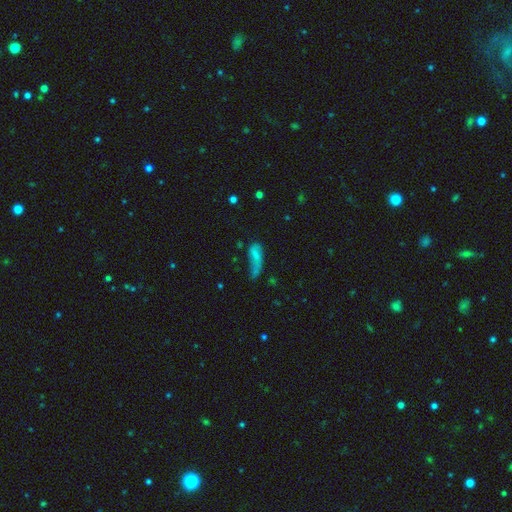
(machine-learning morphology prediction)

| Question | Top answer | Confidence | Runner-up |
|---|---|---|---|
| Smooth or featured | smooth | 59% | featured or disk (29%) |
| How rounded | in between | 67% | cigar-shaped (29%) |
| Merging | major disturbance | 32% | minor disturbance (29%) |